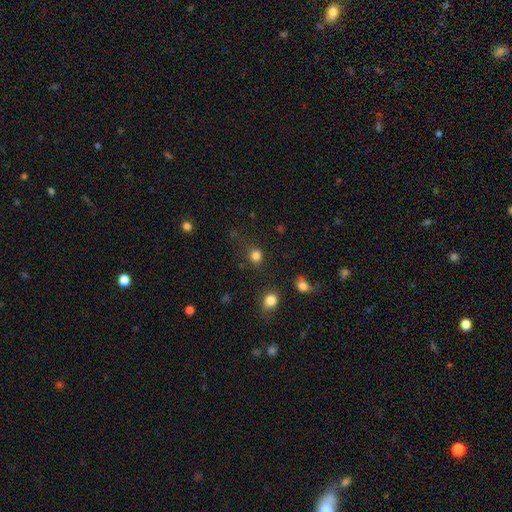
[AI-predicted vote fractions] A smooth galaxy with no disk features (81%) that is round (85%).

Vote fractions:
- Smooth or featured? smooth: 81% / star or artifact: 14% / featured or disk: 4%
- How rounded? round: 85% / in between: 14% / cigar-shaped: 1%
- Merging? none: 79% / minor disturbance: 12% / major disturbance: 5% / merger: 4%